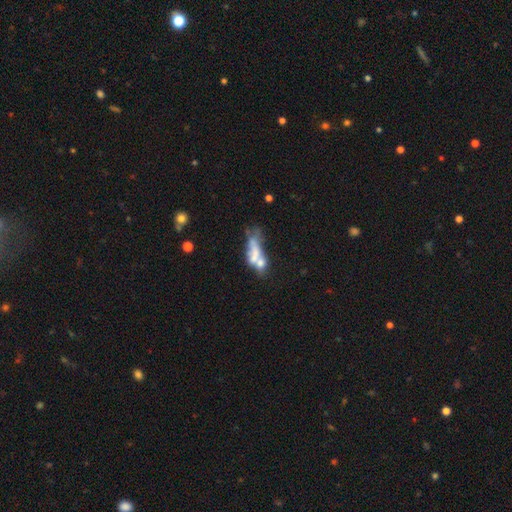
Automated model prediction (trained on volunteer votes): This is marginally a smooth galaxy (45%). Merging: possibly merger (45%).